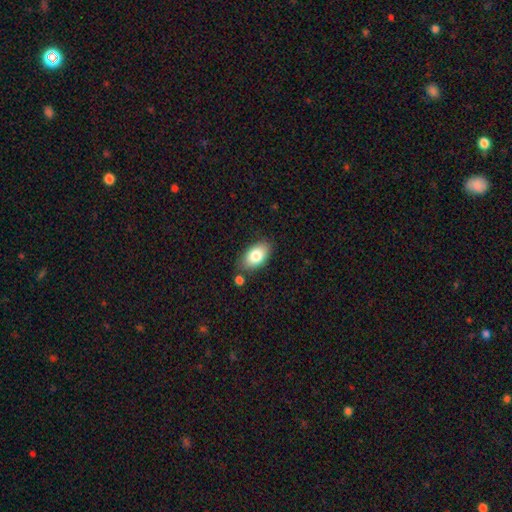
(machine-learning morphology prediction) smooth-or-featured: smooth: 81% | featured or disk: 12% | star or artifact: 7%
  how-rounded: in between: 93% | round: 5% | cigar-shaped: 2%
  merging: none: 76% | minor disturbance: 14% | merger: 6% | major disturbance: 3%